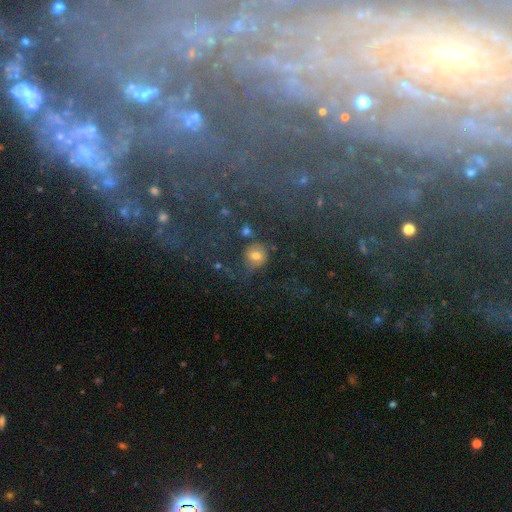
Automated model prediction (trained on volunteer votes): smooth 67%, star or artifact 17%, featured or disk 16%. Down the decision tree: how rounded — round (76%); merging — none (57%).